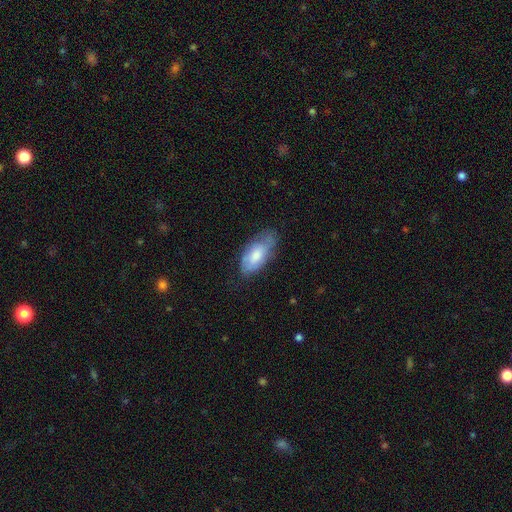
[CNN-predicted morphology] Smooth or featured? smooth (66%)
How rounded? in between (90%)
Merging? none (53%)